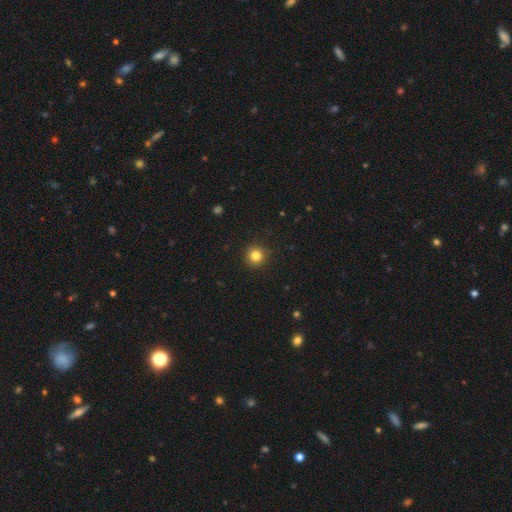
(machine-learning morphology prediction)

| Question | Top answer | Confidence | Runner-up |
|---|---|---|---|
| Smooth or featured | smooth | 83% | star or artifact (12%) |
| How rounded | round | 95% | in between (4%) |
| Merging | none | 92% | minor disturbance (5%) |